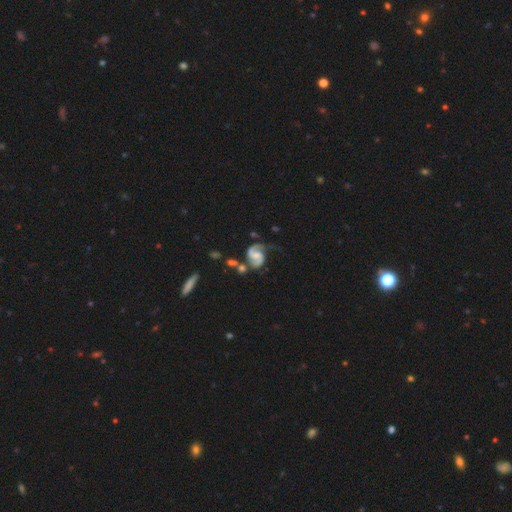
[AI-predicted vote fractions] Smooth or featured? Predicted: featured or disk (p=0.86). Edge-on disk? Predicted: no (p=0.98). Bar? Predicted: no (p=0.44). Spiral arms? Predicted: yes (p=0.96). Spiral winding? Predicted: medium (p=0.51). Spiral arm count? Predicted: 2 (p=0.80). Bulge size? Predicted: moderate (p=0.36). Merging? Predicted: none (p=0.44).